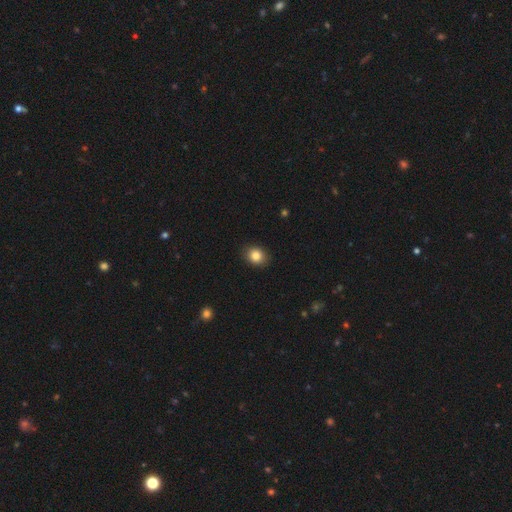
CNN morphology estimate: This is clearly a smooth galaxy (85%). How rounded: possibly round (58%). Merging: clearly none (88%).